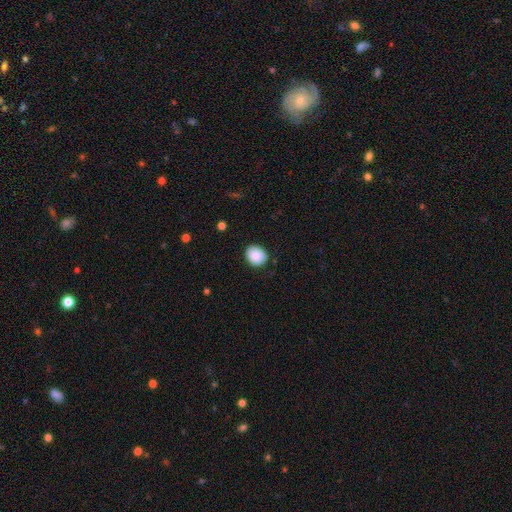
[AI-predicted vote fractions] Smooth or featured?
  - smooth: 86% *
  - star or artifact: 8%
  - featured or disk: 6%
How rounded?
  - round: 64% *
  - in between: 35%
  - cigar-shaped: 1%
Merging?
  - none: 84% *
  - minor disturbance: 13%
  - major disturbance: 2%
  - merger: 1%